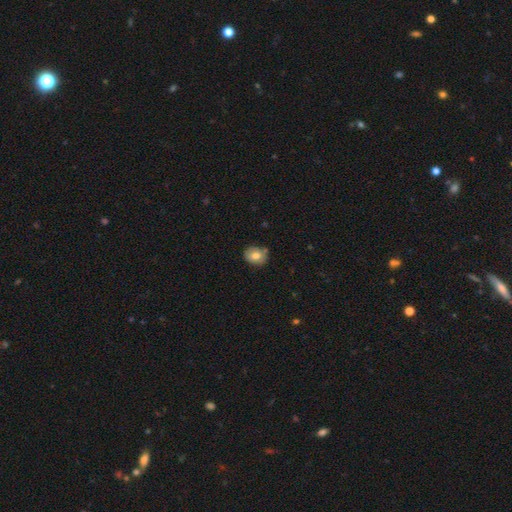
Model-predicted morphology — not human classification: A smooth galaxy with no disk features (75%) that is round (57%). Merging: none (77%).